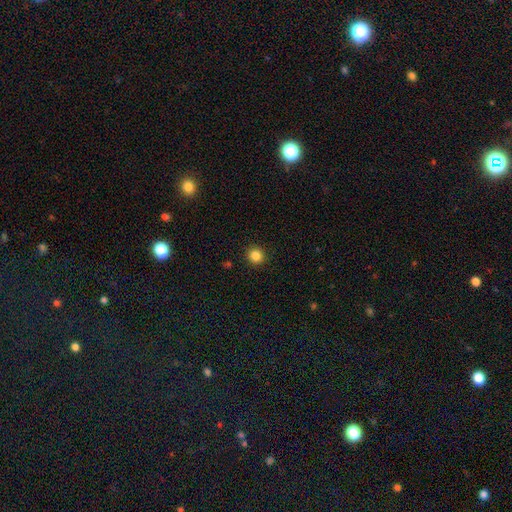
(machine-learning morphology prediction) Smooth or featured?
  - smooth: 85% *
  - star or artifact: 11%
  - featured or disk: 4%
How rounded?
  - round: 91% *
  - in between: 8%
  - cigar-shaped: 1%
Merging?
  - none: 92% *
  - minor disturbance: 5%
  - major disturbance: 2%
  - merger: 1%